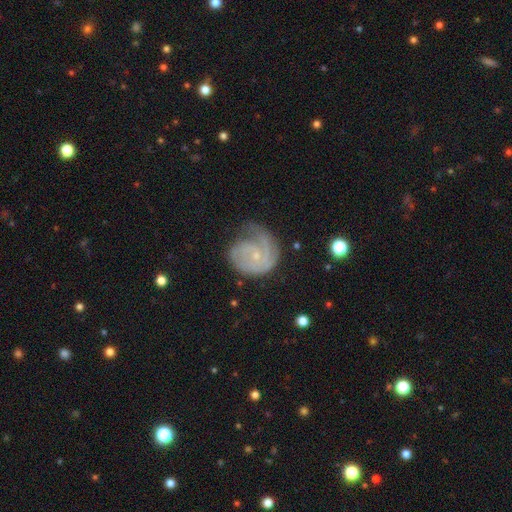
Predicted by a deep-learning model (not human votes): This is likely a featured or disk galaxy (80%). It is clearly not viewed edge-on (98%). Bar: likely no (73%). Spiral arm pattern: clearly yes (94%). Spiral arm count: marginally 2 (30%). Spiral winding: likely tight (60%). Central bulge: clearly small (81%). Merging: possibly none (50%).